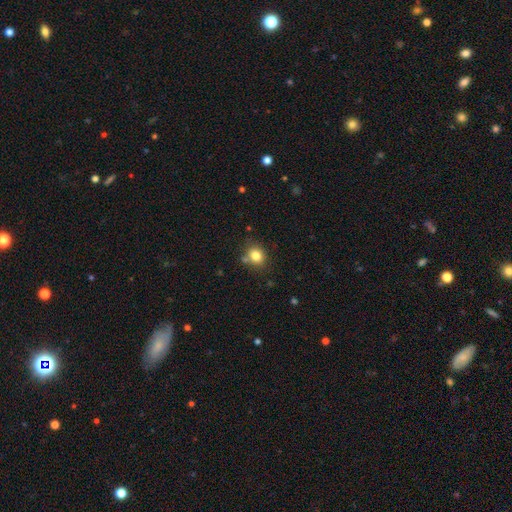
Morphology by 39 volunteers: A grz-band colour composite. It shows a smooth galaxy with no disk features (90%) that is round (54%). Merging: none (59%).